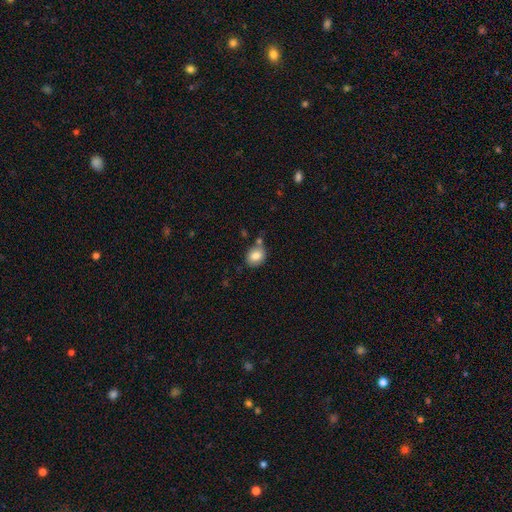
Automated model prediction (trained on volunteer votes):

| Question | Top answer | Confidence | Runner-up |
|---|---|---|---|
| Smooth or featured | smooth | 83% | featured or disk (9%) |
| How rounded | round | 51% | in between (48%) |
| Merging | none | 66% | minor disturbance (16%) |